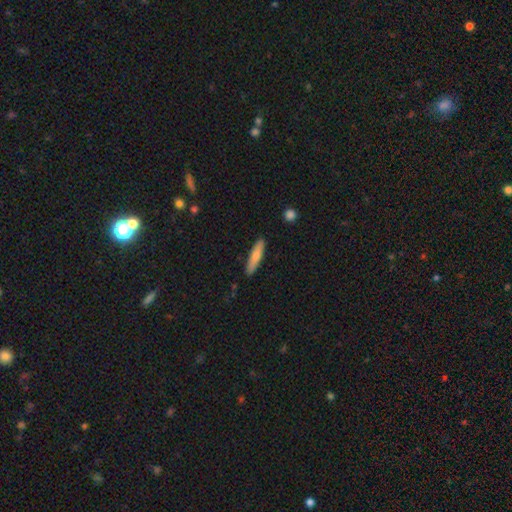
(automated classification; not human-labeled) This appears to be a smooth galaxy with no disk features (71%) that is cigar-shaped (82%). Merging: none (89%).